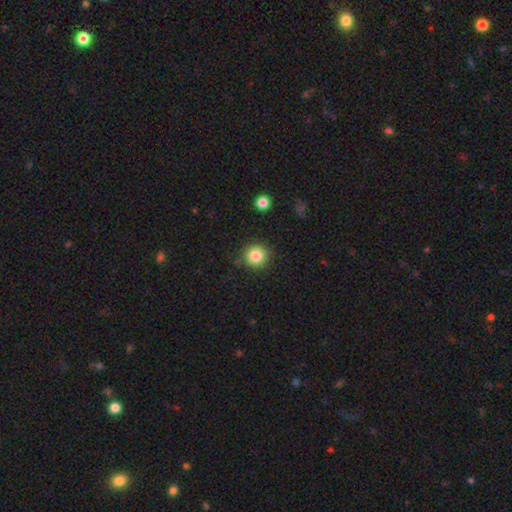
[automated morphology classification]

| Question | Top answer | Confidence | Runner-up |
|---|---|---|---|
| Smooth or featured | smooth | 84% | star or artifact (10%) |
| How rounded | round | 94% | in between (5%) |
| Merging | none | 87% | minor disturbance (8%) |